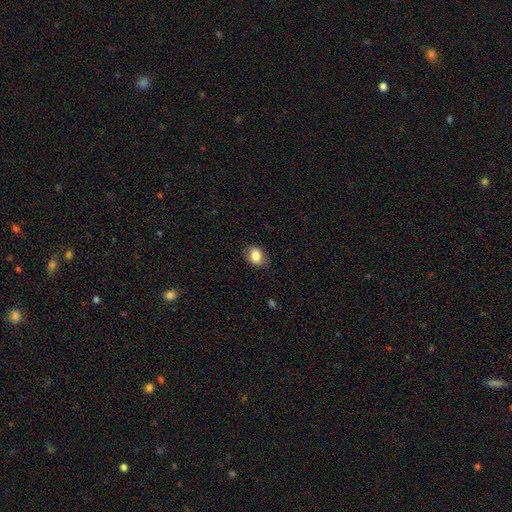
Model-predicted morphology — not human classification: type=smooth (83%); roundness=in between (69%); merging=none (80%).